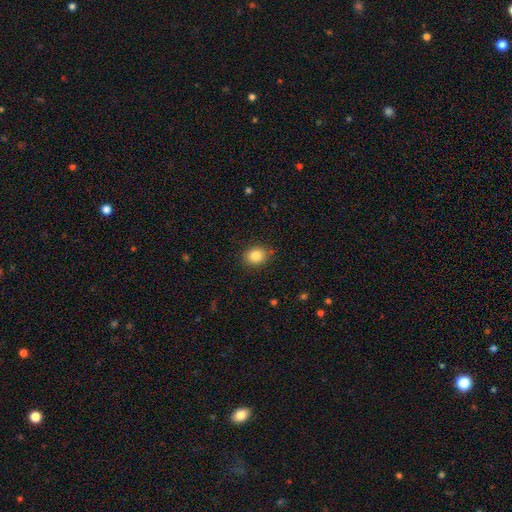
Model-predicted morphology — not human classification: This is clearly a smooth galaxy (85%). How rounded: possibly round (58%). Merging: clearly none (86%).